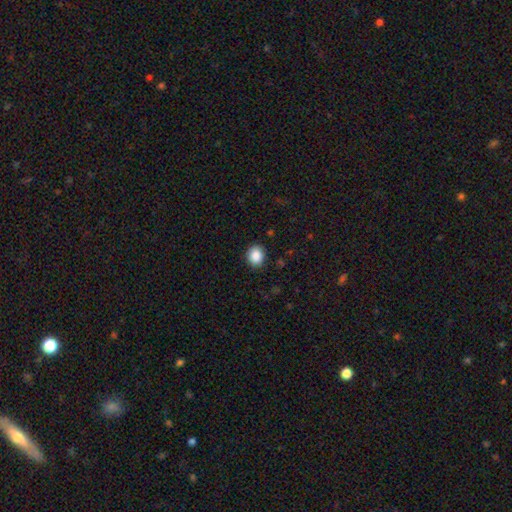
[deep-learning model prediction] Smooth or featured? Predicted: smooth (p=0.88). How rounded? Predicted: round (p=0.73). Merging? Predicted: none (p=0.89).